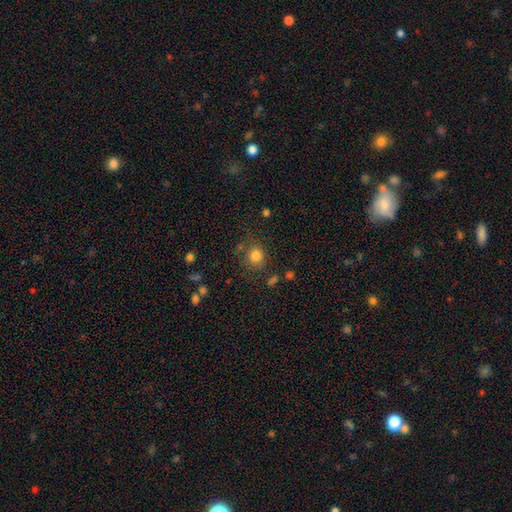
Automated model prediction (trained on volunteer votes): A smooth galaxy with no disk features (82%) that is round (85%). Merging: none (76%).